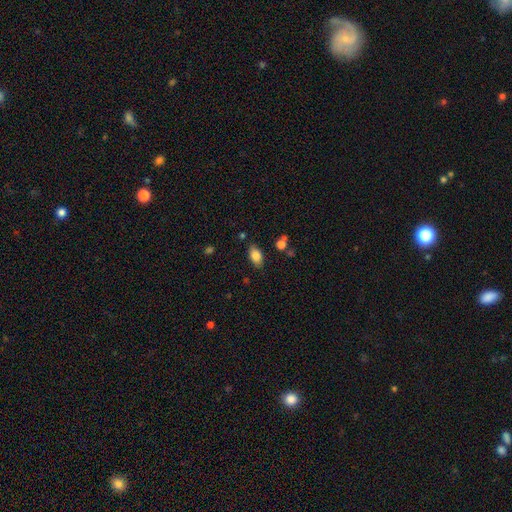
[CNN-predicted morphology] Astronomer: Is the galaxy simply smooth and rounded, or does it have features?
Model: smooth — 83%.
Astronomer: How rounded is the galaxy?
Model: in between — 90%.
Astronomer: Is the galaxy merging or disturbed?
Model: none — 81%.